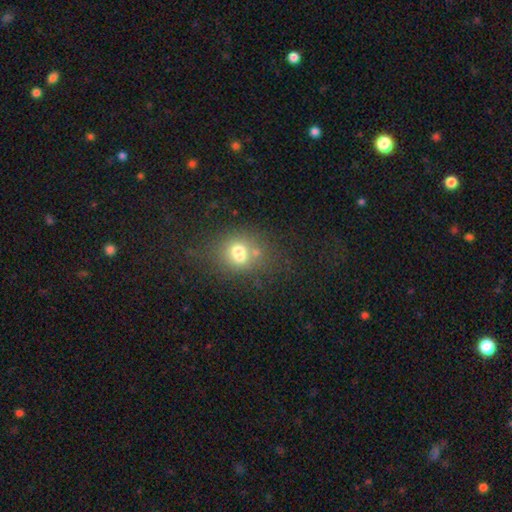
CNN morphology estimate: Smooth or featured?
  - smooth: 63% *
  - star or artifact: 21%
  - featured or disk: 16%
How rounded?
  - round: 61% *
  - in between: 37%
  - cigar-shaped: 2%
Merging?
  - none: 50% *
  - merger: 26%
  - minor disturbance: 16%
  - major disturbance: 9%